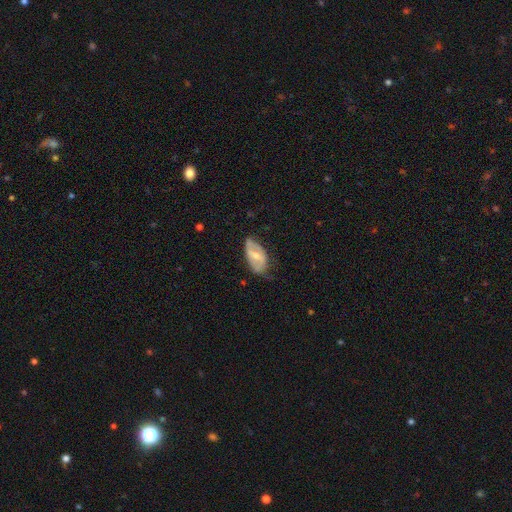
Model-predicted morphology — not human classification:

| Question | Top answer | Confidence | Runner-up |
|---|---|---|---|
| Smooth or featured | featured or disk | 53% | smooth (41%) |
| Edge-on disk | no | 91% | yes (9%) |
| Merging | none | 52% | minor disturbance (35%) |